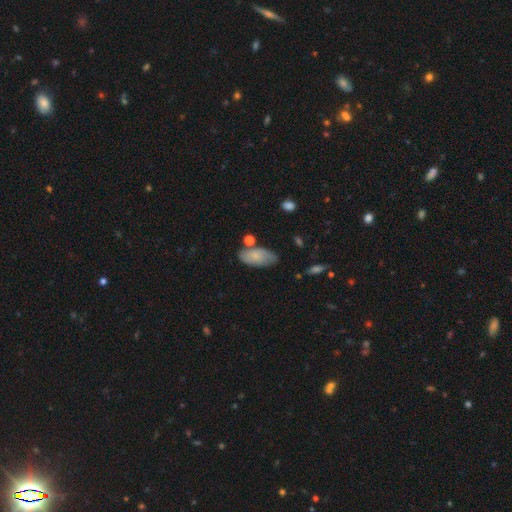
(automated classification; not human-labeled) A smooth galaxy with no disk features (75%) that is in between round and cigar-shaped (92%).

Vote fractions:
- Smooth or featured? smooth: 75% / featured or disk: 18% / star or artifact: 7%
- How rounded? in between: 92% / cigar-shaped: 5% / round: 3%
- Merging? none: 65% / minor disturbance: 22% / merger: 7% / major disturbance: 5%